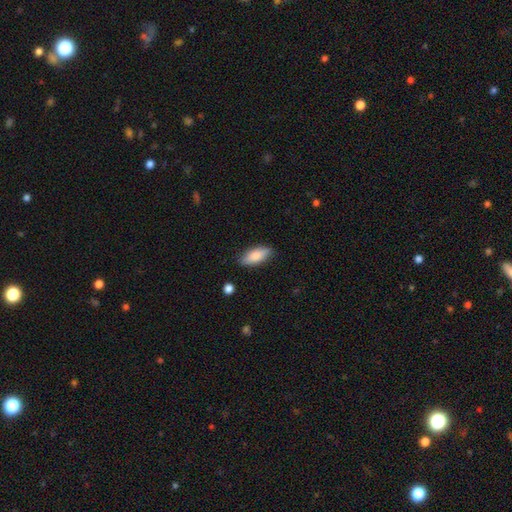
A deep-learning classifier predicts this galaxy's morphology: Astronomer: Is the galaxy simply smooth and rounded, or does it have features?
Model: smooth — 80%.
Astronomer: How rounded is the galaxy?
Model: in between — 76%.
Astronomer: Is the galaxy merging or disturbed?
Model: none — 83%.